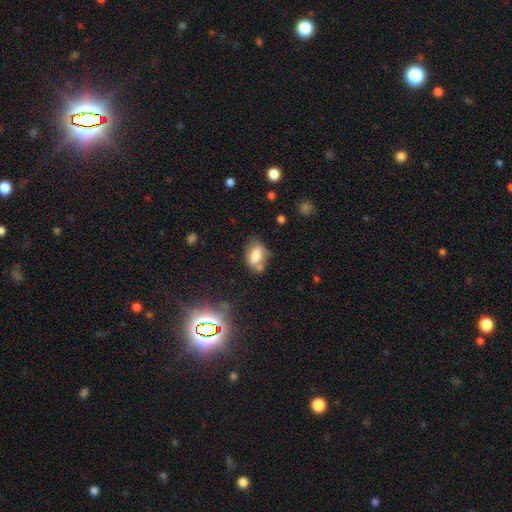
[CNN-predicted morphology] smooth-or-featured: smooth: 73% | featured or disk: 17% | star or artifact: 10%
  how-rounded: in between: 86% | round: 12% | cigar-shaped: 2%
  merging: none: 49% | minor disturbance: 26% | merger: 16% | major disturbance: 9%